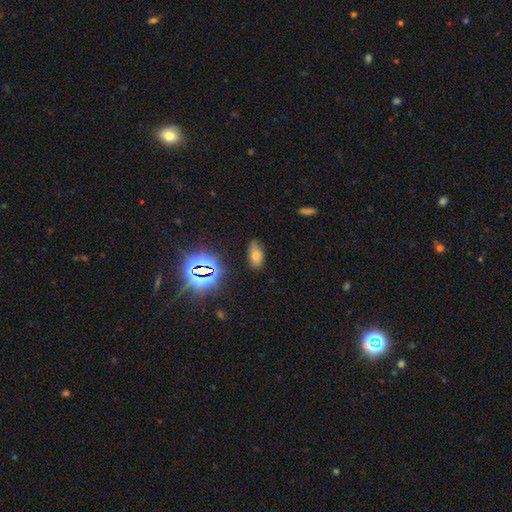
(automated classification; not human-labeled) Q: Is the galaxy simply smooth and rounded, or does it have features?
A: smooth — 48%.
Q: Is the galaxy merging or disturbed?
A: none — 79%.